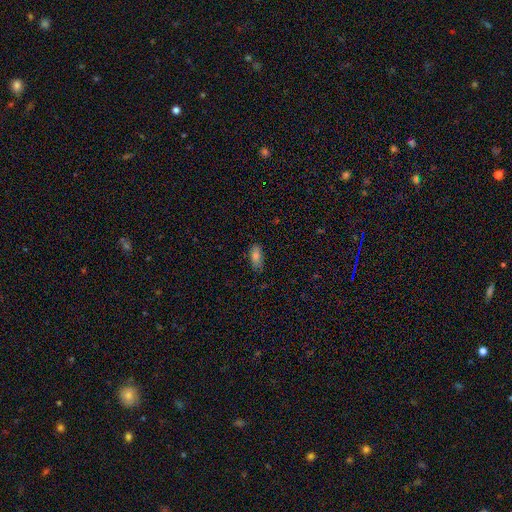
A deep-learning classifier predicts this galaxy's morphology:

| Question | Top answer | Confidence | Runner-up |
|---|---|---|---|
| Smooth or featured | smooth | 78% | featured or disk (14%) |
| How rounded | in between | 83% | cigar-shaped (14%) |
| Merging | none | 78% | minor disturbance (17%) |